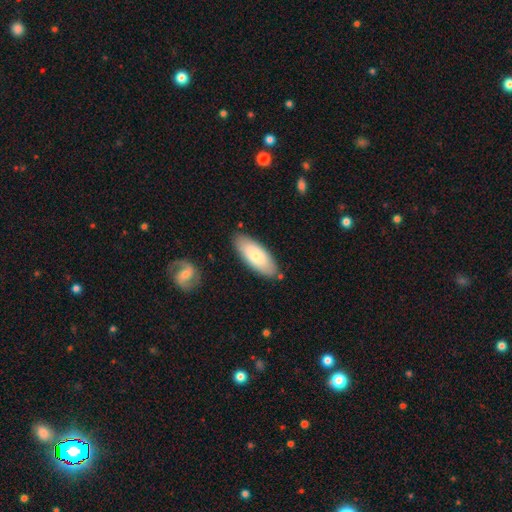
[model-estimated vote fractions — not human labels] Smooth or featured? smooth (76%)
How rounded? in between (80%)
Merging? none (83%)